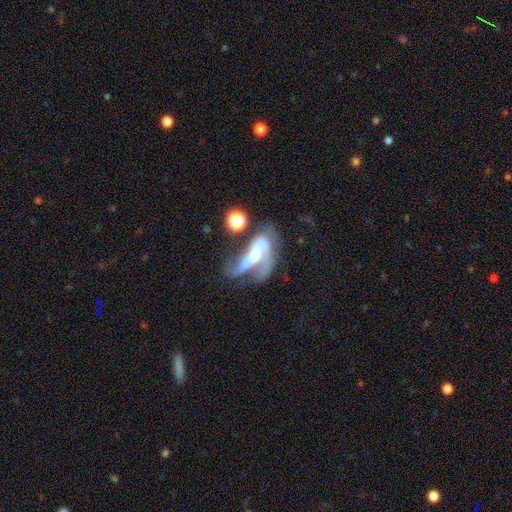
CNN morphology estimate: The model was most divided on "merging": major disturbance: 33%, merger: 31%, none: 22%, minor disturbance: 14%. Remaining: edge-on disk — no (88%); spiral arms — yes (70%); smooth or featured — featured or disk (70%); bulge size — moderate (50%); bar — no (42%).